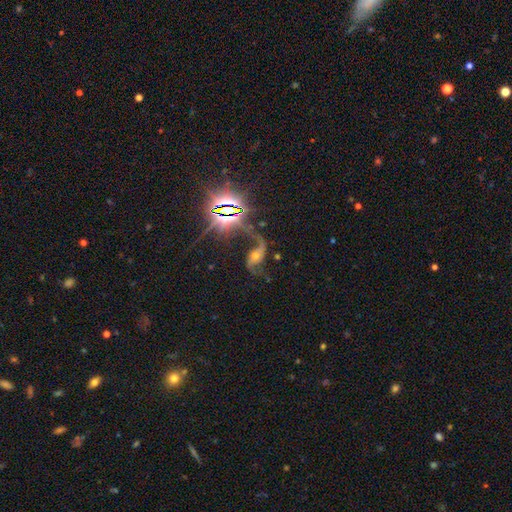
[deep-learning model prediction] This appears to be a featured or disk galaxy (75%) with no bar (57%), 2 (90%) loose (86%) spiral arms (93%) and a moderate central bulge (55%). Merging: none (61%).